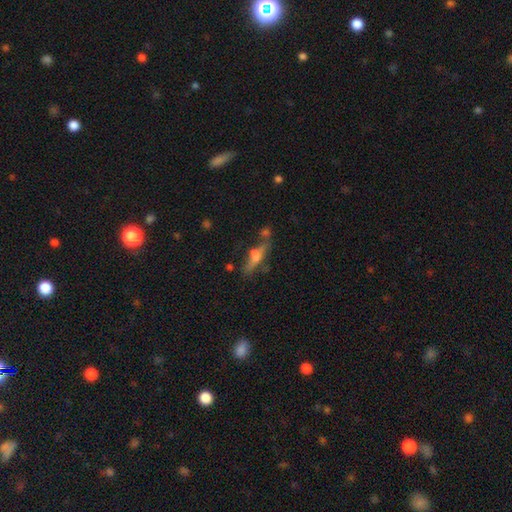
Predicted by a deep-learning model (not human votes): A featured or disk galaxy (46%).

Vote fractions:
- Smooth or featured? featured or disk: 46% / smooth: 40% / star or artifact: 13%
- Merging? none: 40% / major disturbance: 20% / merger: 20% / minor disturbance: 19%